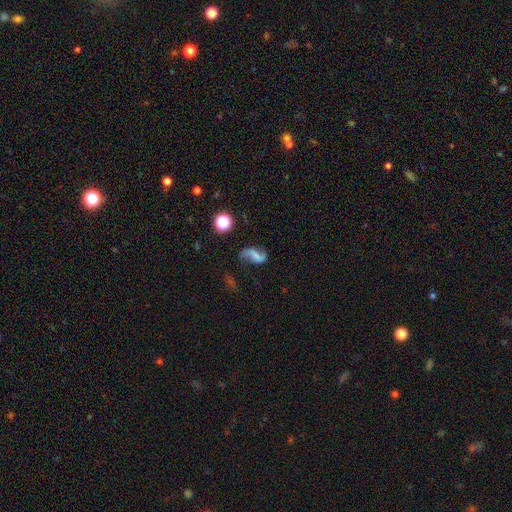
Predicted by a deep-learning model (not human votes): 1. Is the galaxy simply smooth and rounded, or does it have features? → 67% featured or disk, 20% smooth, 13% star or artifact.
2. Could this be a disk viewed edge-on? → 97% no, 3% yes.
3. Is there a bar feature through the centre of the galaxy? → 39% weak, 32% no, 29% strong.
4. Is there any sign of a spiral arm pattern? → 89% yes, 11% no.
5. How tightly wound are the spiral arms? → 80% loose, 15% medium, 4% tight.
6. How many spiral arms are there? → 87% 2, 8% 1, 3% can't tell, 1% 3, 1% 4, 1% more than 4.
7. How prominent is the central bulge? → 56% none, 26% small, 12% moderate, 4% large, 2% dominant.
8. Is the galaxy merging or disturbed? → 60% none, 19% minor disturbance, 16% major disturbance, 5% merger.